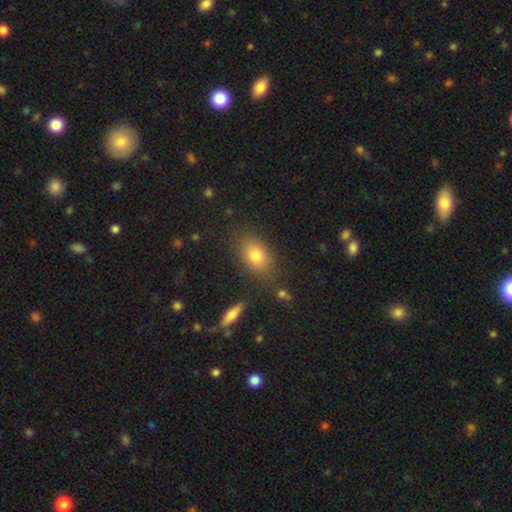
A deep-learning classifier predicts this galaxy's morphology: Smooth or featured: smooth — 79% (featured or disk — 11%)
How rounded: in between — 80% (round — 18%)
Merging: none — 80% (minor disturbance — 13%)